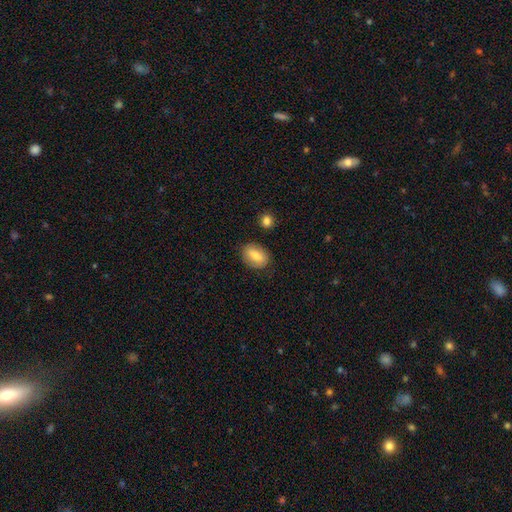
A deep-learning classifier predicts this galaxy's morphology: This appears to be a smooth galaxy with no disk features (76%) that is in between round and cigar-shaped (79%). Merging: none (81%).